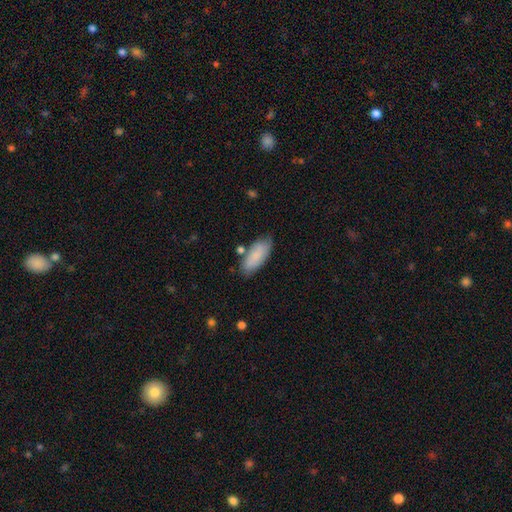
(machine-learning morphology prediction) Q: Smooth or featured?
A: smooth (83%); runner-up: featured or disk (11%)
Q: How rounded?
A: in between (80%); runner-up: cigar-shaped (18%)
Q: Merging?
A: none (73%); runner-up: minor disturbance (18%)